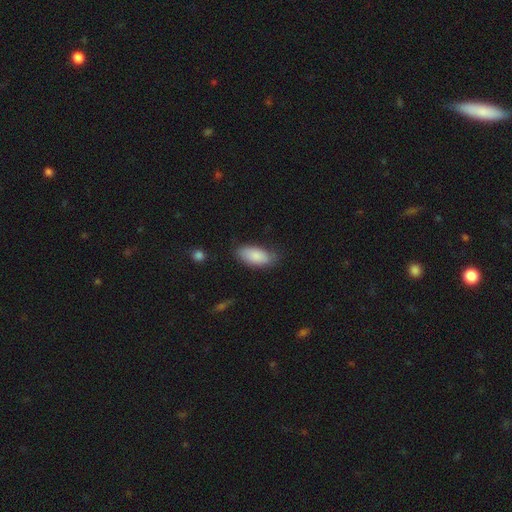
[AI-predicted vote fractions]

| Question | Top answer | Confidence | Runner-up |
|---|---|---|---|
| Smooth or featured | smooth | 86% | featured or disk (8%) |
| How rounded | in between | 90% | cigar-shaped (8%) |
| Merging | none | 73% | minor disturbance (21%) |